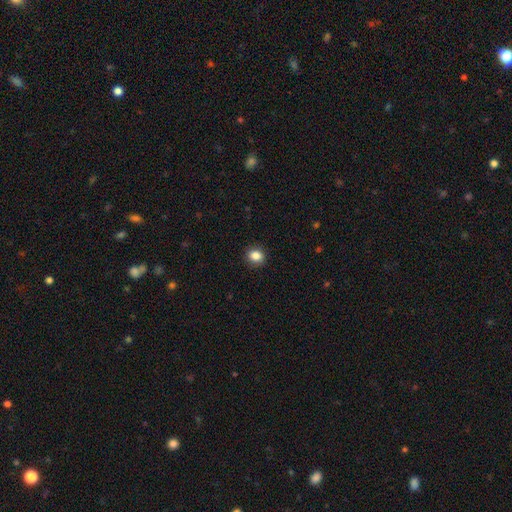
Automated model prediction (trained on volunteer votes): This appears to be a smooth galaxy with no disk features (86%) that is round (67%). Merging: none (91%).